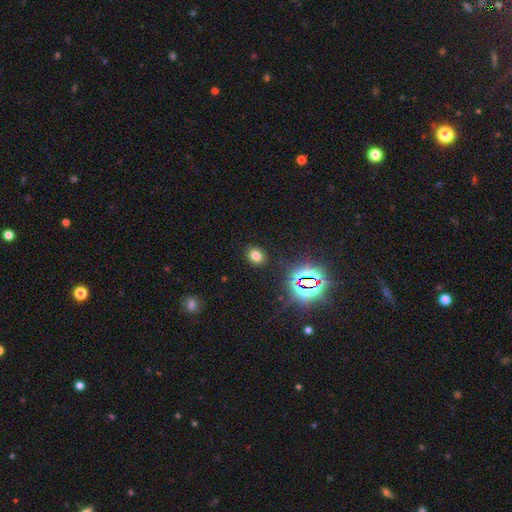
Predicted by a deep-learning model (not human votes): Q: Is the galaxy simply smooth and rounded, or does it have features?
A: smooth — 69%.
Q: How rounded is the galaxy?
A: in between — 62%.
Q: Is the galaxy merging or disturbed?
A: none — 86%.